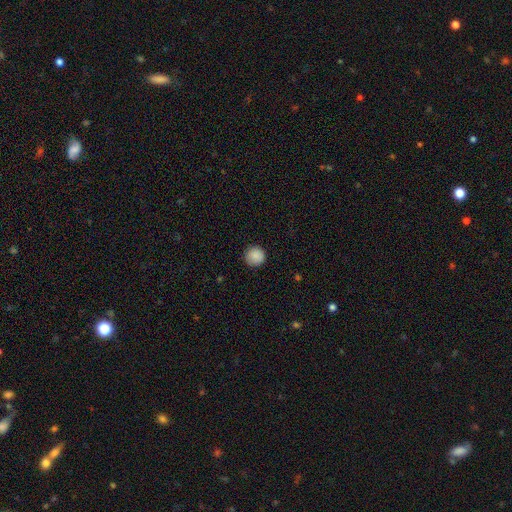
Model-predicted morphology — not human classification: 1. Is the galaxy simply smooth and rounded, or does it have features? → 88% smooth, 8% star or artifact, 4% featured or disk.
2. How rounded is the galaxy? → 95% round, 4% in between, 1% cigar-shaped.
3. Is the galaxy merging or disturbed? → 89% none, 8% minor disturbance, 2% major disturbance, 1% merger.